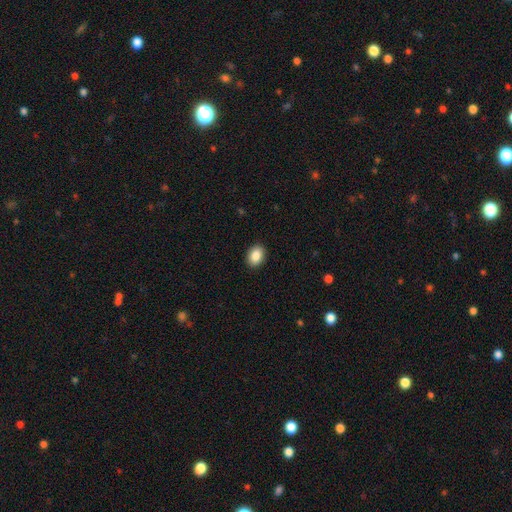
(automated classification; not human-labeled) smooth 87%, star or artifact 8%, featured or disk 5%. Down the decision tree: how rounded — in between (72%); merging — none (91%).